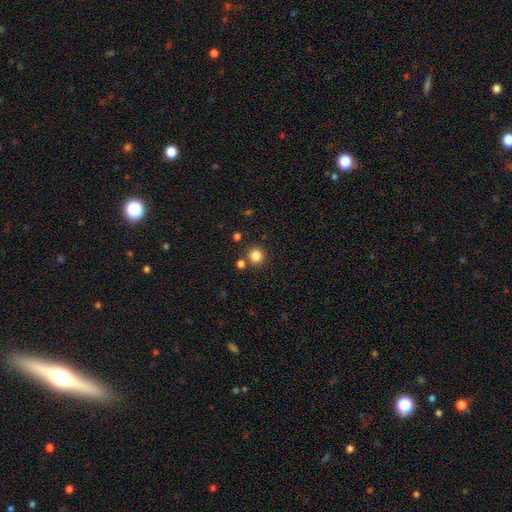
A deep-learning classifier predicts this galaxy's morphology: A smooth galaxy with no disk features (84%) that is round (92%).

Vote fractions:
- Smooth or featured? smooth: 84% / star or artifact: 12% / featured or disk: 4%
- How rounded? round: 92% / in between: 7% / cigar-shaped: 1%
- Merging? none: 82% / merger: 8% / minor disturbance: 7% / major disturbance: 3%